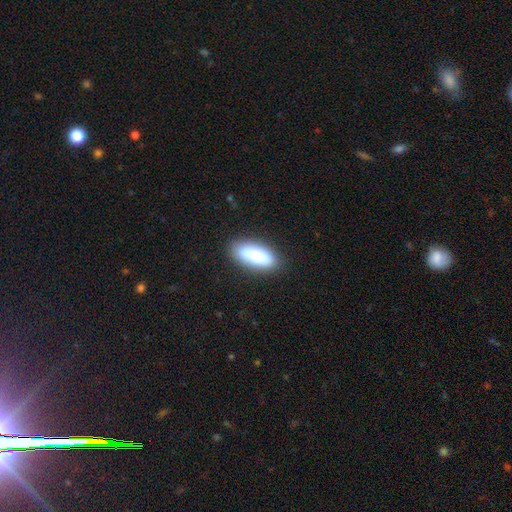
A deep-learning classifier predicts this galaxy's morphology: Smooth or featured? smooth (76%)
How rounded? in between (81%)
Merging? none (77%)